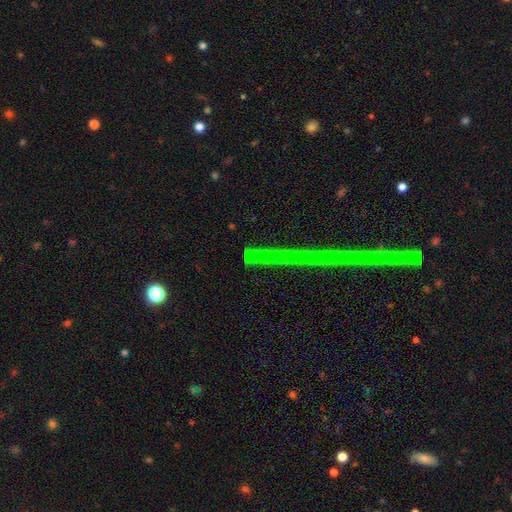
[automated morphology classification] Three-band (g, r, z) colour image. It shows a star or artifact, not a galaxy (69%).